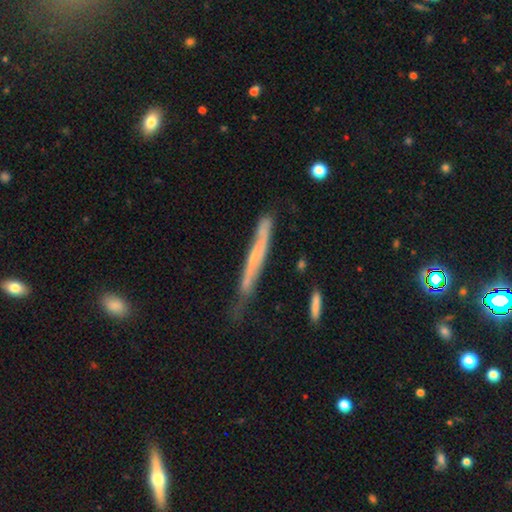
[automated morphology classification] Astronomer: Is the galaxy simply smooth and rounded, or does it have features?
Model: featured or disk — 61%.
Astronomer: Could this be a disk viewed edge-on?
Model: yes — 86%.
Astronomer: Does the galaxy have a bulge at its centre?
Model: none — 58% (runner-up: rounded, 37%).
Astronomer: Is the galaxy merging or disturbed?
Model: none — 55% (runner-up: minor disturbance, 33%).